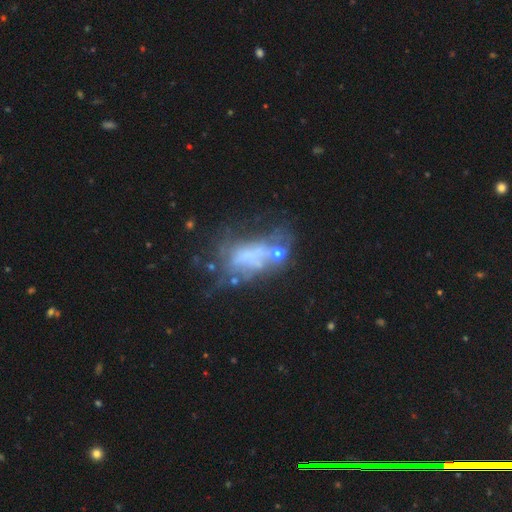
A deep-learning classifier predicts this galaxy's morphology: The model was most divided on "merging": major disturbance: 32%, none: 29%, merger: 20%, minor disturbance: 19%. Remaining: smooth or featured — featured or disk (50%).